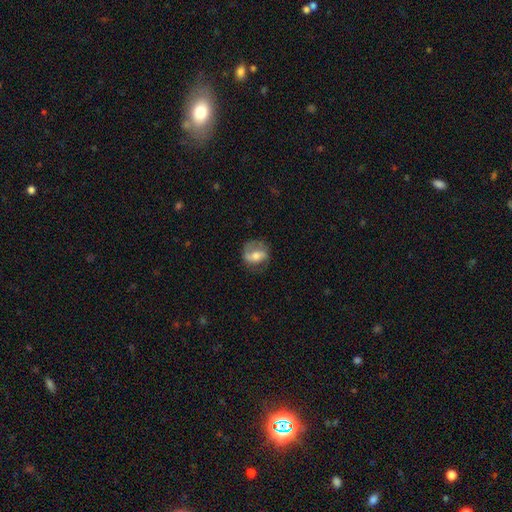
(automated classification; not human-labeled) This appears to be a featured or disk galaxy (50%). Merging: none (64%).